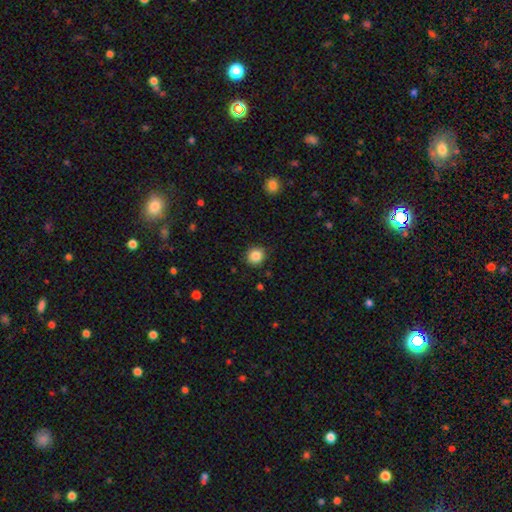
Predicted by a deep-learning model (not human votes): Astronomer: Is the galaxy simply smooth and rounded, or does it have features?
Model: smooth — 86%.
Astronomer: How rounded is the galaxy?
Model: round — 88%.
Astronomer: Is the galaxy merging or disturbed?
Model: none — 89%.